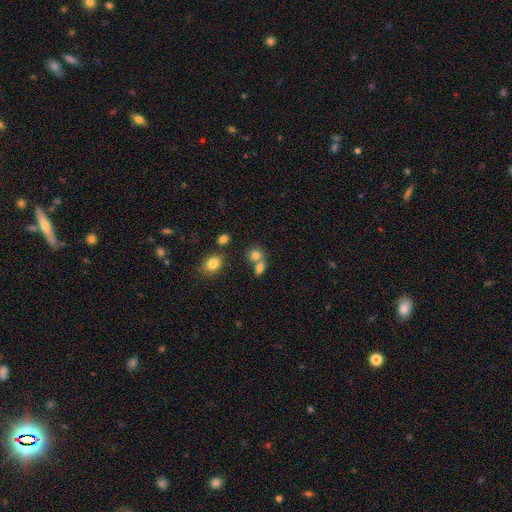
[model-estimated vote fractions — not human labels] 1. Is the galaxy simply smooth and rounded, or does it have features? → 78% smooth, 12% star or artifact, 10% featured or disk.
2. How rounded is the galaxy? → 73% round, 26% in between, 1% cigar-shaped.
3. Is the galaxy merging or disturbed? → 46% merger, 42% none, 8% minor disturbance, 4% major disturbance.